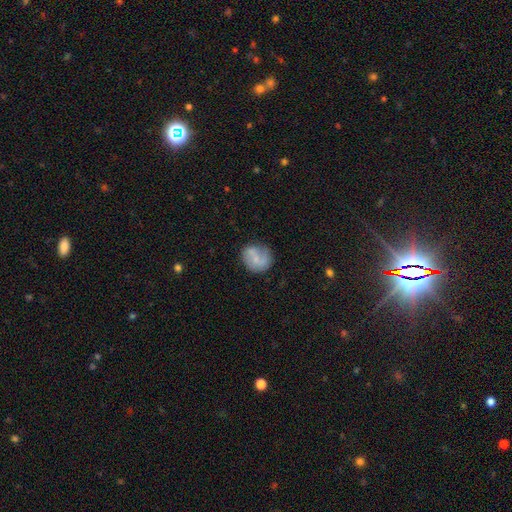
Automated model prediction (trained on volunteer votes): Smooth or featured?
  - smooth: 48% *
  - featured or disk: 42%
  - star or artifact: 11%
Merging?
  - none: 59% *
  - minor disturbance: 21%
  - merger: 10%
  - major disturbance: 10%